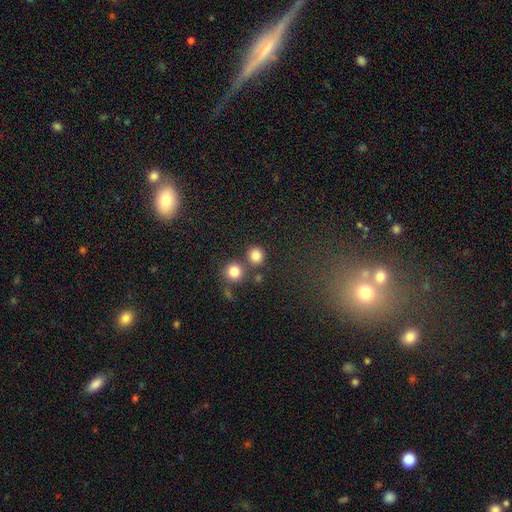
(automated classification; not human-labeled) Smooth or featured? smooth (83%)
How rounded? round (88%)
Merging? none (73%)